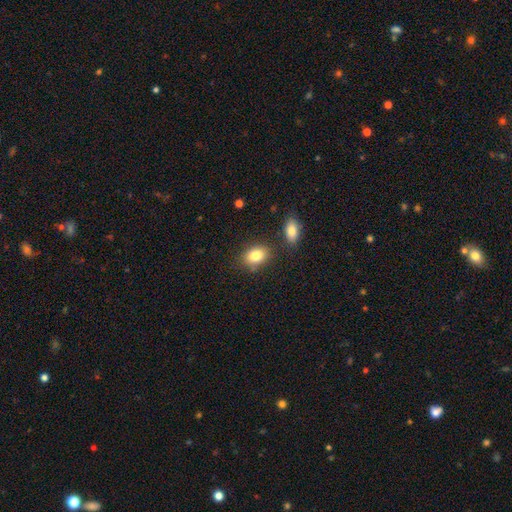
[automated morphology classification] Smooth or featured: smooth — 83% (featured or disk — 9%)
How rounded: in between — 75% (round — 23%)
Merging: none — 74% (minor disturbance — 13%)